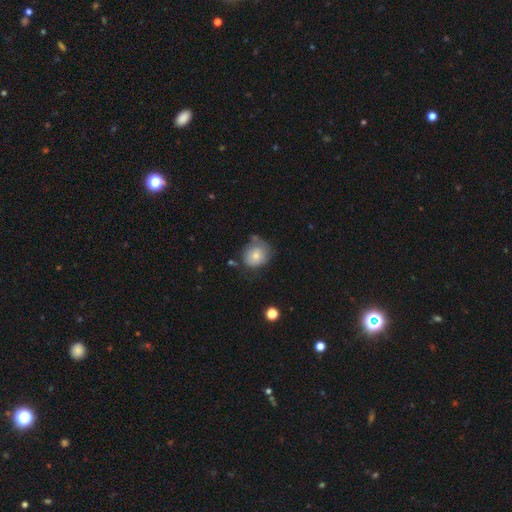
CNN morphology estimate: A smooth galaxy with no disk features (71%) that is round (76%). Merging: none (51%).